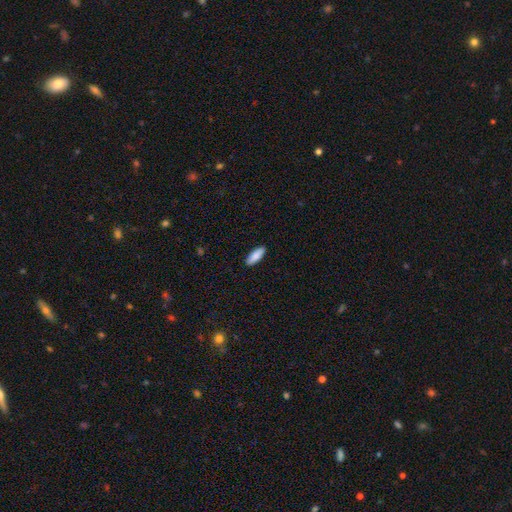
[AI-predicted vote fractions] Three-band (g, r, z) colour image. It shows a smooth galaxy with no disk features (87%) that is in between round and cigar-shaped (66%). Merging: none (91%).